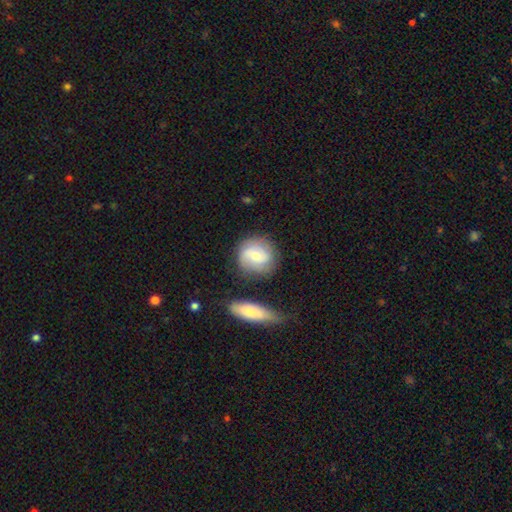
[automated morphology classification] This appears to be a featured or disk galaxy (49%). Merging: none (69%).